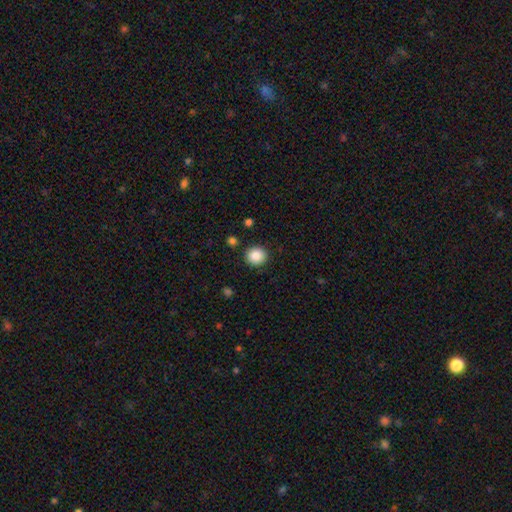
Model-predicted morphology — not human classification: Overall: smooth (88%). How rounded: round (90%). Merging: none (90%).